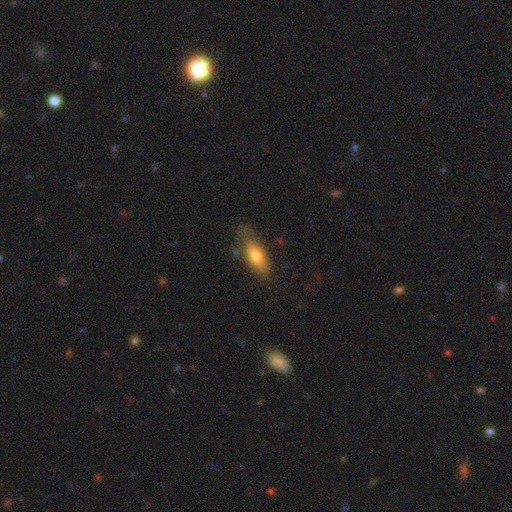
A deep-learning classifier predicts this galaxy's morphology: A smooth galaxy with no disk features (71%) that is in between round and cigar-shaped (67%).

Vote fractions:
- Smooth or featured? smooth: 71% / featured or disk: 23% / star or artifact: 6%
- How rounded? in between: 67% / cigar-shaped: 30% / round: 3%
- Merging? none: 60% / minor disturbance: 28% / major disturbance: 9% / merger: 3%